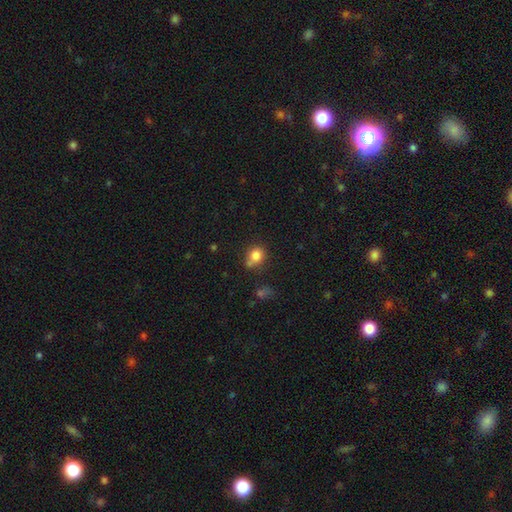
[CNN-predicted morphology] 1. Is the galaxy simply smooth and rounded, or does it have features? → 80% smooth, 11% star or artifact, 8% featured or disk.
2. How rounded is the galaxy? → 70% round, 29% in between, 1% cigar-shaped.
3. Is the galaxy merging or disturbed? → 53% none, 24% minor disturbance, 15% merger, 8% major disturbance.